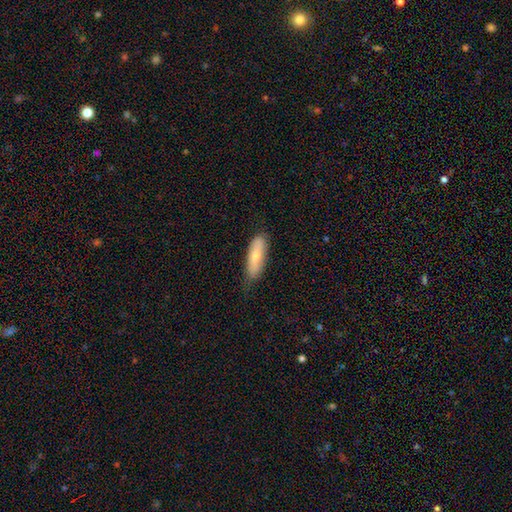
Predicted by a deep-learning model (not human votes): This appears to be a smooth galaxy with no disk features (71%) that is in between round and cigar-shaped (51%). Merging: none (75%).